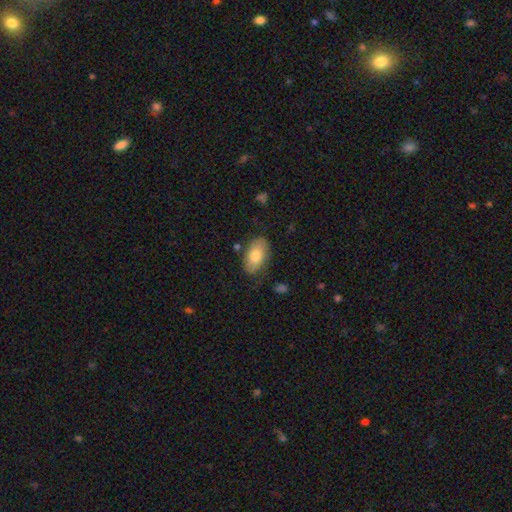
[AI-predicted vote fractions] Smooth or featured? Predicted: smooth (p=0.76). How rounded? Predicted: in between (p=0.93). Merging? Predicted: none (p=0.71).